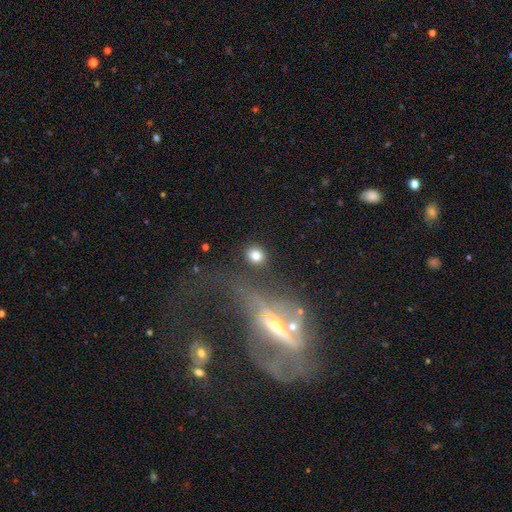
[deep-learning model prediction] smooth 80%, star or artifact 12%, featured or disk 8%. Down the decision tree: how rounded — round (72%); merging — none (82%).